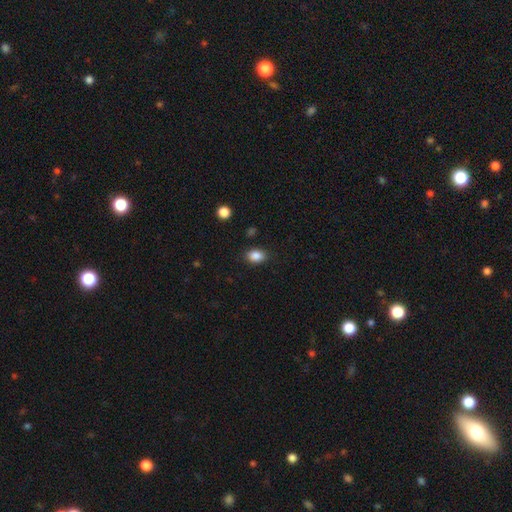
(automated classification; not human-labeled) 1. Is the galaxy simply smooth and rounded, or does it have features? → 87% smooth, 9% star or artifact, 4% featured or disk.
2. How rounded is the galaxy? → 76% in between, 23% round, 1% cigar-shaped.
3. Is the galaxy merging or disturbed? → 86% none, 10% minor disturbance, 3% major disturbance, 1% merger.